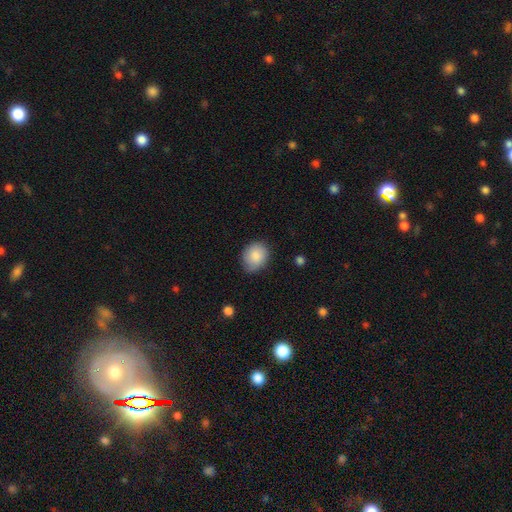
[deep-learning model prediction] Overall: smooth (86%). How rounded: round (57%; in between 42%). Merging: none (74%).